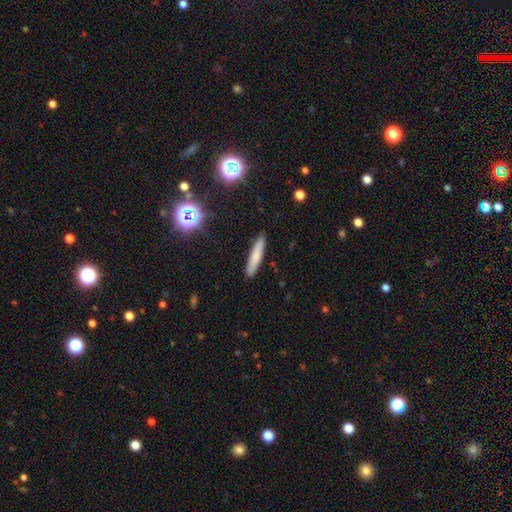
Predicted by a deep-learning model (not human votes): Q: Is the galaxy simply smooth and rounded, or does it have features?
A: smooth — 73%.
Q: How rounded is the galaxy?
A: cigar-shaped — 90%.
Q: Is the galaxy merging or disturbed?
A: none — 90%.